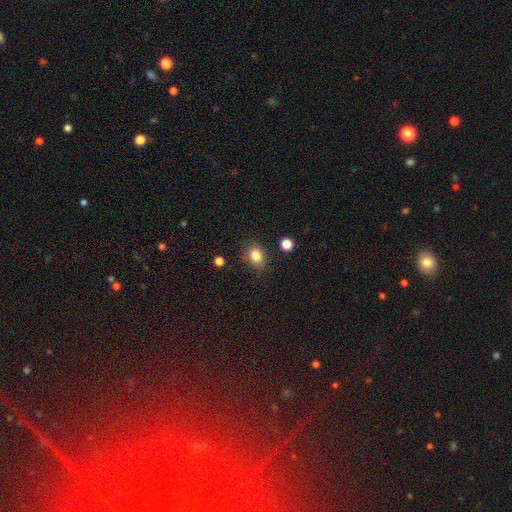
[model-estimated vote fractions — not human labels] Smooth or featured?
  - smooth: 84% *
  - star or artifact: 11%
  - featured or disk: 5%
How rounded?
  - round: 56% *
  - in between: 43%
  - cigar-shaped: 1%
Merging?
  - none: 79% *
  - minor disturbance: 14%
  - major disturbance: 4%
  - merger: 3%